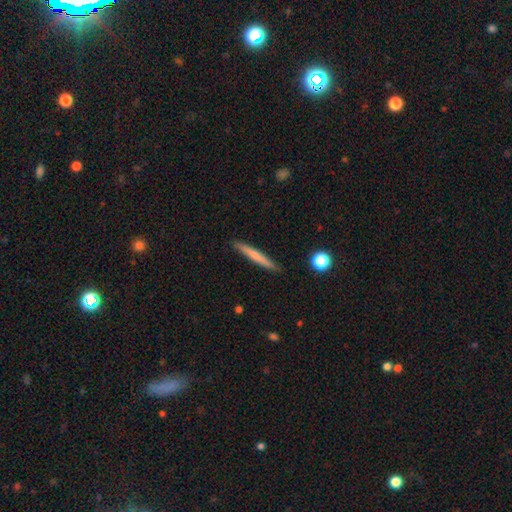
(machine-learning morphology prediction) smooth 59%, featured or disk 35%, star or artifact 6%. Down the decision tree: how rounded — cigar-shaped (96%); merging — none (90%).